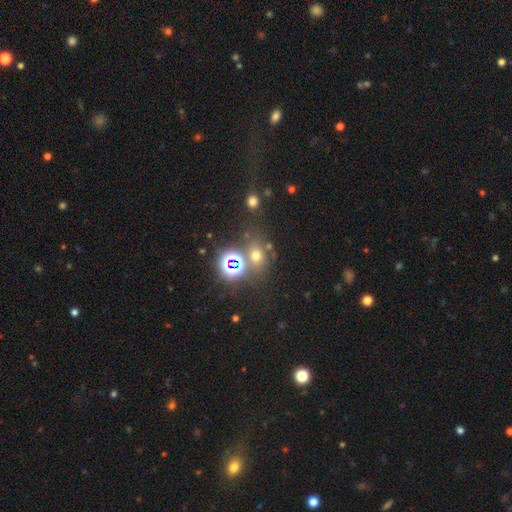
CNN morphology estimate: Smooth or featured: smooth — 53% (star or artifact — 37%)
How rounded: round — 62% (in between — 37%)
Merging: none — 65% (merger — 18%)